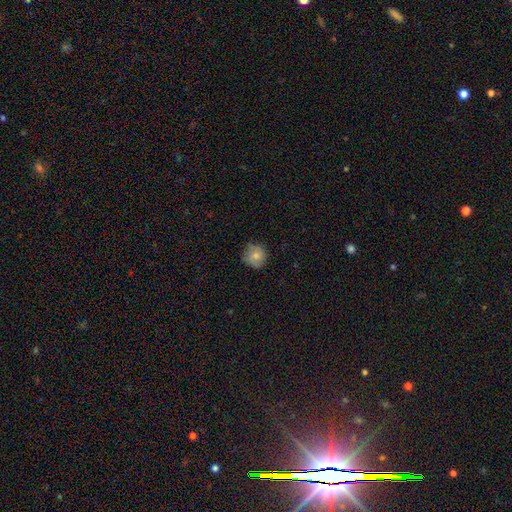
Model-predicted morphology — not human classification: This is likely a smooth galaxy (74%). How rounded: clearly round (89%). Merging: likely none (74%).